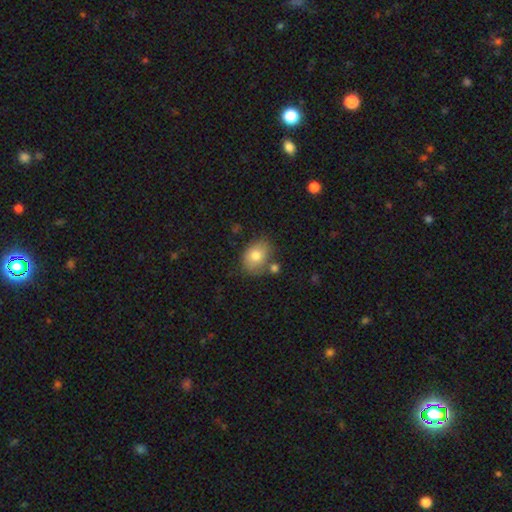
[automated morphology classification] Smooth or featured?
  - smooth: 79% *
  - featured or disk: 13%
  - star or artifact: 8%
How rounded?
  - in between: 64% *
  - round: 35%
  - cigar-shaped: 1%
Merging?
  - none: 64% *
  - minor disturbance: 19%
  - merger: 12%
  - major disturbance: 5%